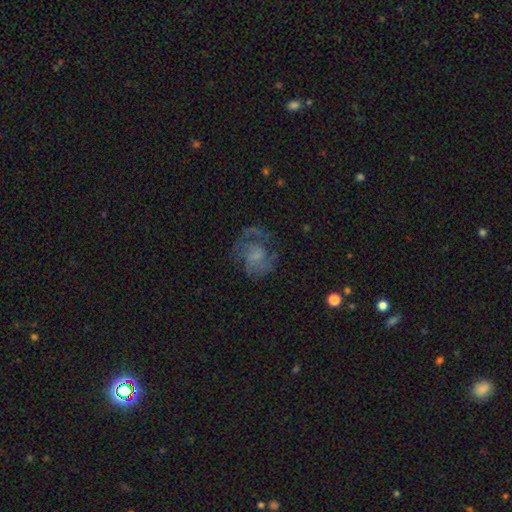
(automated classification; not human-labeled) A featured or disk galaxy (62%) with no bar (68%), spiral arms (78%) and no central bulge (37%).

Vote fractions:
- Smooth or featured? featured or disk: 62% / smooth: 27% / star or artifact: 11%
- Edge-on disk? no: 98% / yes: 2%
- Bar? no: 68% / weak: 28% / strong: 4%
- Spiral arms? yes: 78% / no: 22%
- Bulge size? none: 37% / small: 33% / moderate: 22% / large: 6% / dominant: 2%
- Merging? none: 55% / major disturbance: 24% / minor disturbance: 19% / merger: 2%